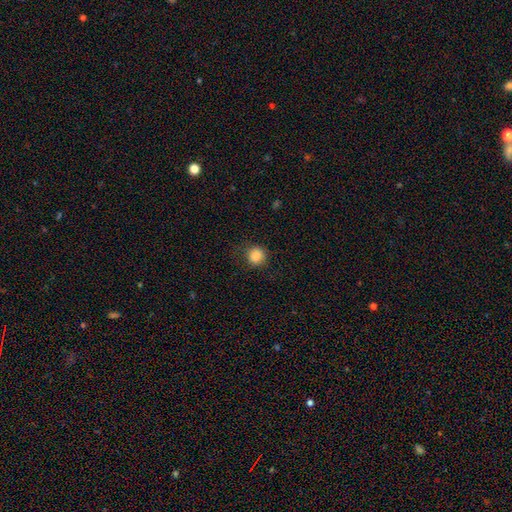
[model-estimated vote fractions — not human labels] Smooth or featured?
  - smooth: 86% *
  - star or artifact: 10%
  - featured or disk: 4%
How rounded?
  - round: 89% *
  - in between: 10%
  - cigar-shaped: 1%
Merging?
  - none: 83% *
  - minor disturbance: 12%
  - major disturbance: 4%
  - merger: 1%